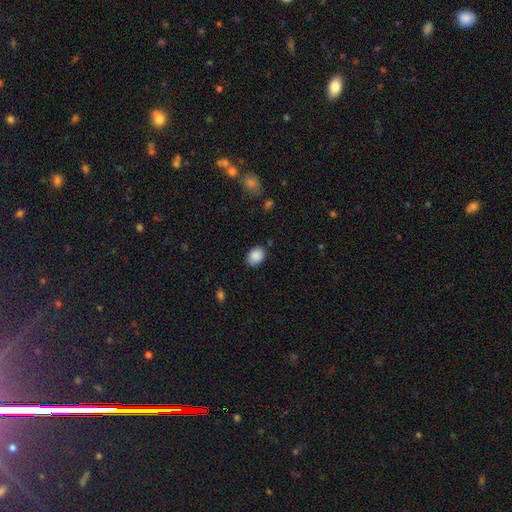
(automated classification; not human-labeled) The model was most divided on "how rounded": in between: 69%, round: 30%, cigar-shaped: 1%. More confident: smooth or featured — smooth (89%); merging — none (84%).